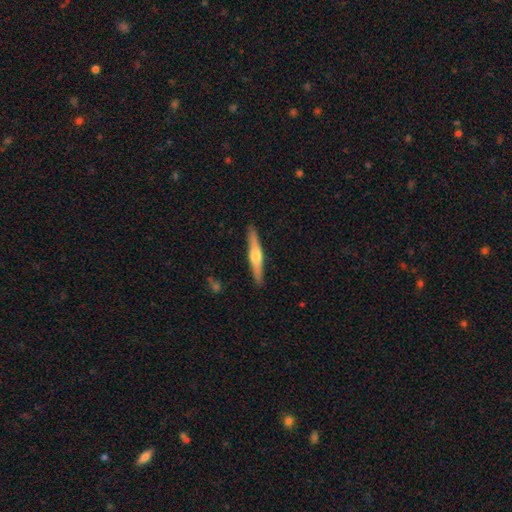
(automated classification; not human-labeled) Overall: featured or disk (61%; smooth 34%). Edge-on disk: yes (97%). Edge-on bulge: rounded (89%). Merging: none (90%).